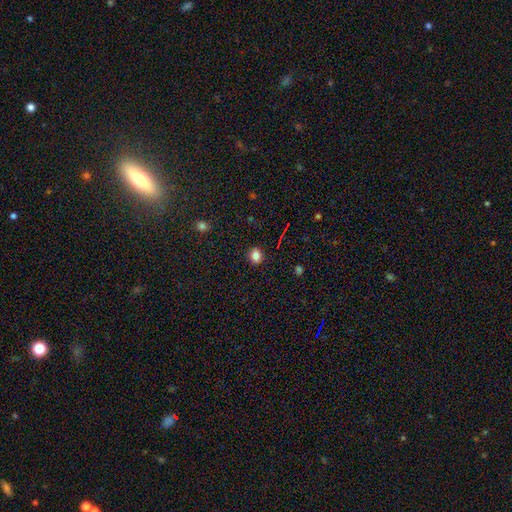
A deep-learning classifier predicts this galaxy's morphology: Smooth or featured? Predicted: smooth (p=0.82). How rounded? Predicted: round (p=0.60). Merging? Predicted: none (p=0.88).